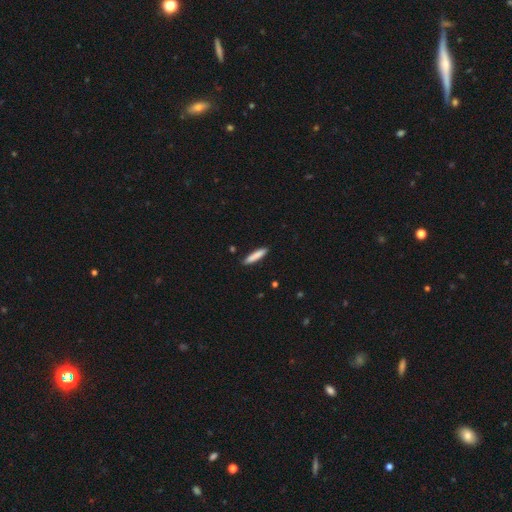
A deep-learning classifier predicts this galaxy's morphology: smooth_or_featured: smooth (p=0.85) [alt: featured or disk p=0.10]
how_rounded: cigar-shaped (p=0.89) [alt: in between p=0.10]
merging: none (p=0.89) [alt: minor disturbance p=0.08]